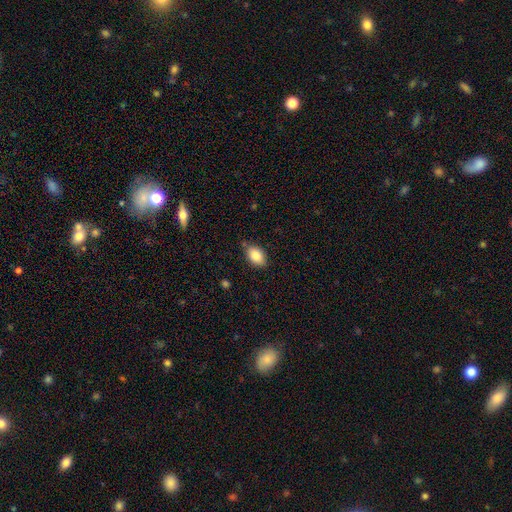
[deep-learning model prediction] A smooth galaxy with no disk features (84%) that is in between round and cigar-shaped (87%). Merging: none (82%).